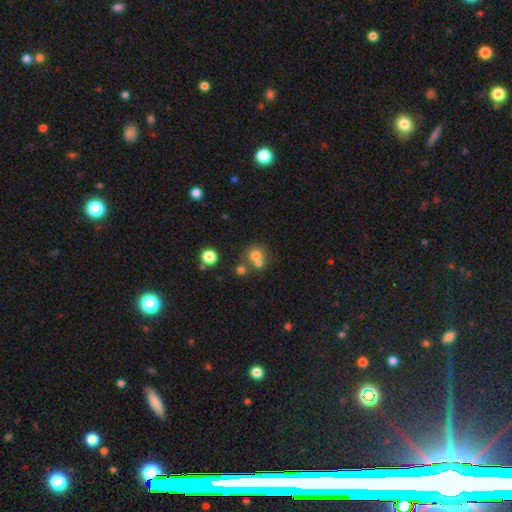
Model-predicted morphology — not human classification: The model was most divided on "merging": none: 46%, merger: 43%, minor disturbance: 7%, major disturbance: 4%. More confident: how rounded — round (85%); smooth or featured — smooth (68%).